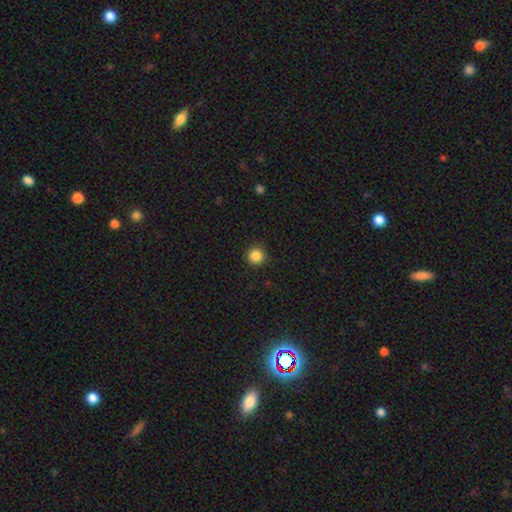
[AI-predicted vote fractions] smooth 86%, star or artifact 11%, featured or disk 3%. Down the decision tree: how rounded — round (94%); merging — none (91%).